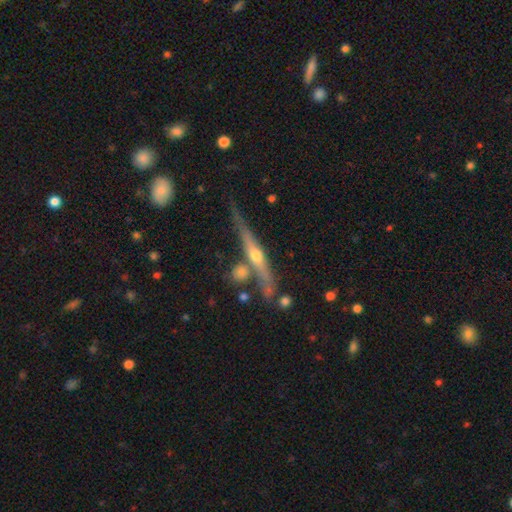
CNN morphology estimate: Smooth or featured? featured or disk (75%)
Edge-on disk? yes (95%)
Edge-on bulge? rounded (89%)
Merging? none (67%)